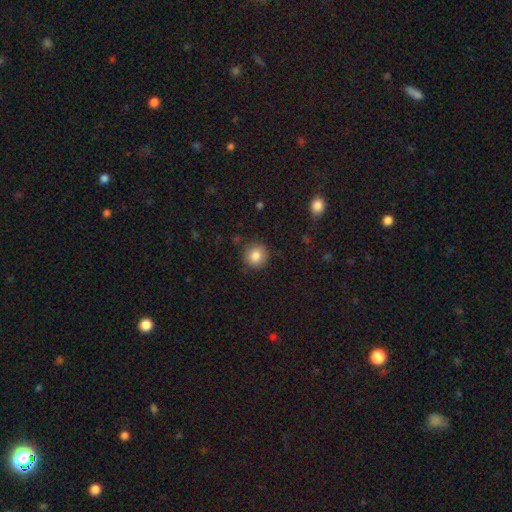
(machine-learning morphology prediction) Smooth or featured: smooth — 85% (star or artifact — 9%)
How rounded: round — 90% (in between — 9%)
Merging: none — 88% (minor disturbance — 9%)